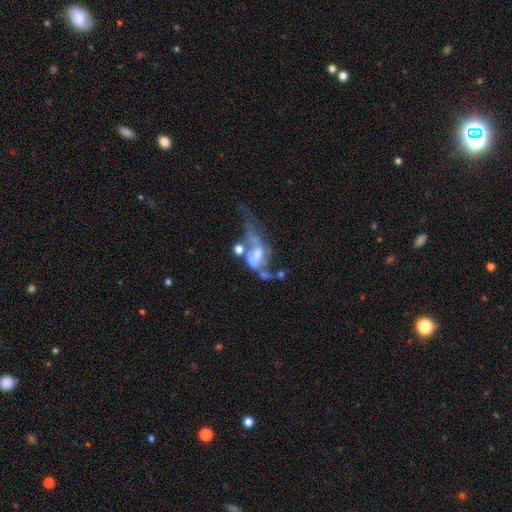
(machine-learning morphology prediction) type=featured or disk (64%); edge-on=no (94%); bar=no (60%); spiral arms=no (56%); bulge=moderate (36%); merging=merger (39%).